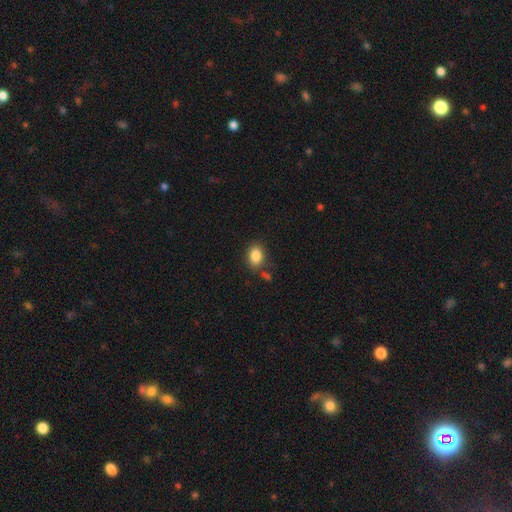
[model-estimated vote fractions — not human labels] Q: Smooth or featured?
A: smooth (86%); runner-up: star or artifact (9%)
Q: How rounded?
A: in between (75%); runner-up: round (24%)
Q: Merging?
A: none (75%); runner-up: minor disturbance (14%)